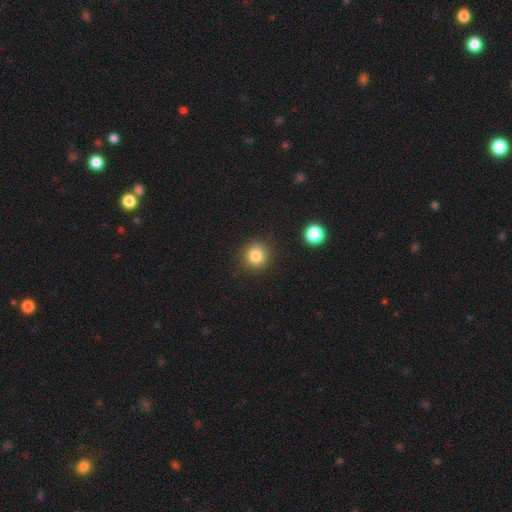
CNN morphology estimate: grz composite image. It shows a smooth galaxy with no disk features (83%) that is round (90%). Merging: none (87%).